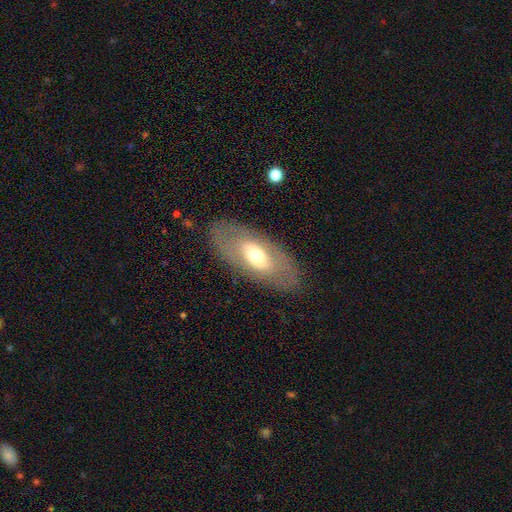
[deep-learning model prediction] This appears to be a featured or disk galaxy (48%). Merging: none (82%).